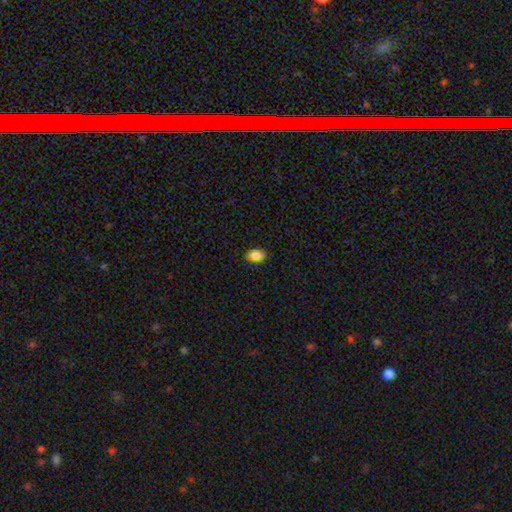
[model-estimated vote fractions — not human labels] A smooth galaxy with no disk features (85%) that is in between round and cigar-shaped (88%).

Vote fractions:
- Smooth or featured? smooth: 85% / star or artifact: 9% / featured or disk: 6%
- How rounded? in between: 88% / round: 10% / cigar-shaped: 3%
- Merging? none: 87% / minor disturbance: 10% / major disturbance: 2% / merger: 1%